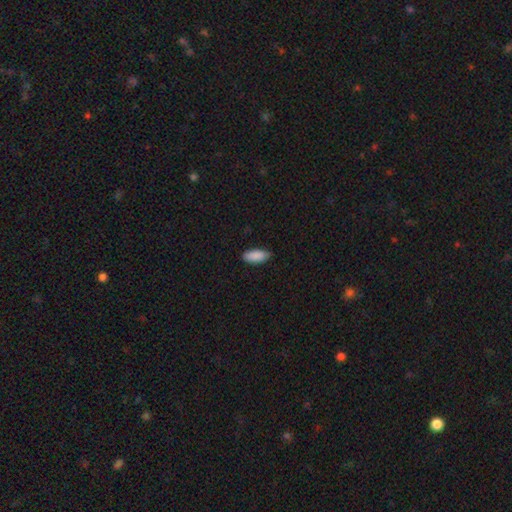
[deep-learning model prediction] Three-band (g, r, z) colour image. It shows a smooth galaxy with no disk features (90%) that is in between round and cigar-shaped (85%). Merging: none (83%).